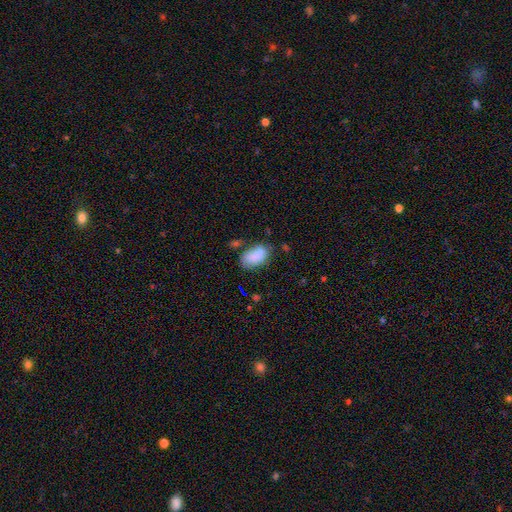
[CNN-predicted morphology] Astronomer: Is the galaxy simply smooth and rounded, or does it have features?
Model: smooth — 84%.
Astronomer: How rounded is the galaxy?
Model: in between — 93%.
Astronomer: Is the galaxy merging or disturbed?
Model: none — 55%.